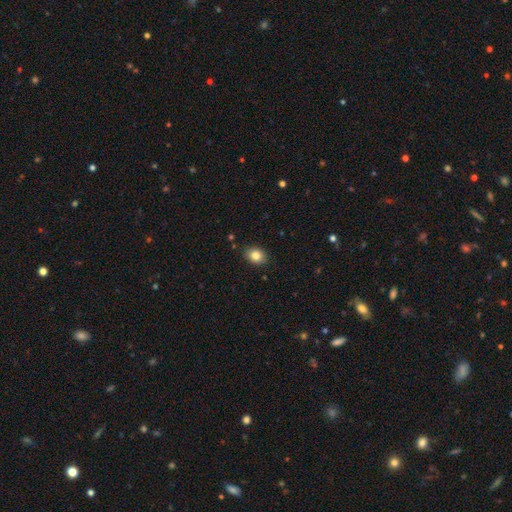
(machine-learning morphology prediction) smooth_or_featured: smooth (p=0.84) [alt: star or artifact p=0.09]
how_rounded: in between (p=0.54) [alt: round p=0.45]
merging: none (p=0.88) [alt: minor disturbance p=0.09]